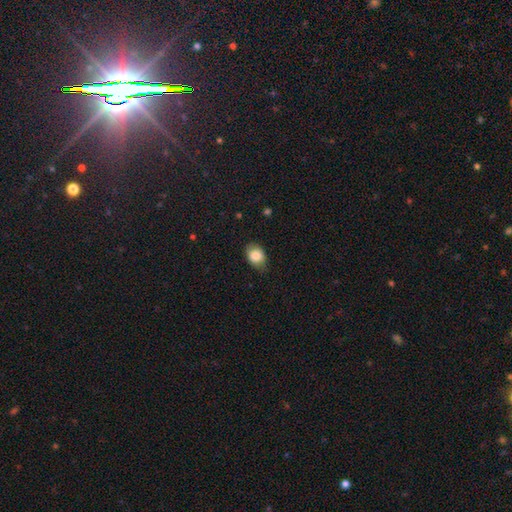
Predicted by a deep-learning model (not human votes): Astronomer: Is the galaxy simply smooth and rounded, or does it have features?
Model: smooth — 85%.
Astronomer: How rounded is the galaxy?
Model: in between — 65%.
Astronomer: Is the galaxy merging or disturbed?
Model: none — 74%.